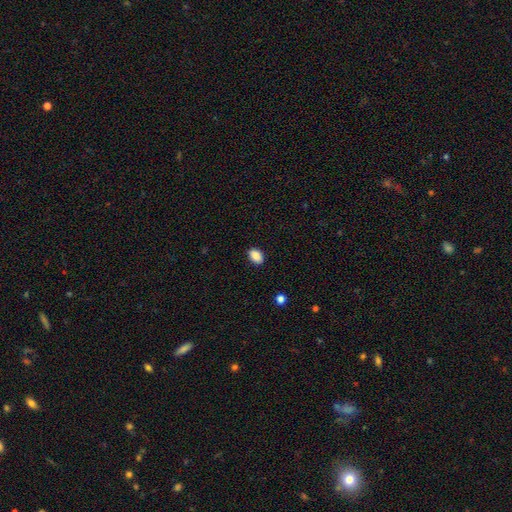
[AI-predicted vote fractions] Q: Smooth or featured?
A: smooth (88%); runner-up: star or artifact (8%)
Q: How rounded?
A: in between (87%); runner-up: round (12%)
Q: Merging?
A: none (88%); runner-up: minor disturbance (9%)